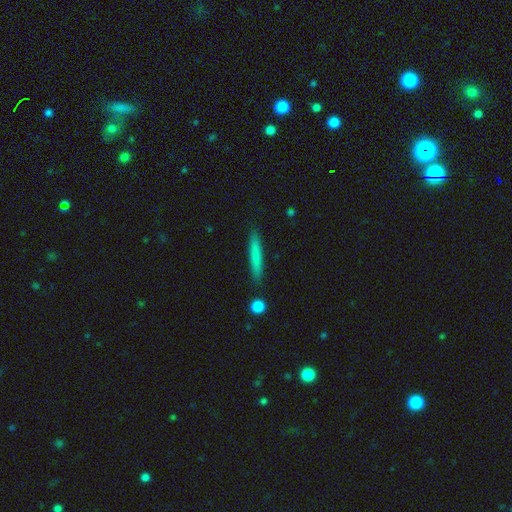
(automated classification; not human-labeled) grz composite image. It shows a smooth galaxy with no disk features (74%) that is cigar-shaped (95%). Merging: none (88%).